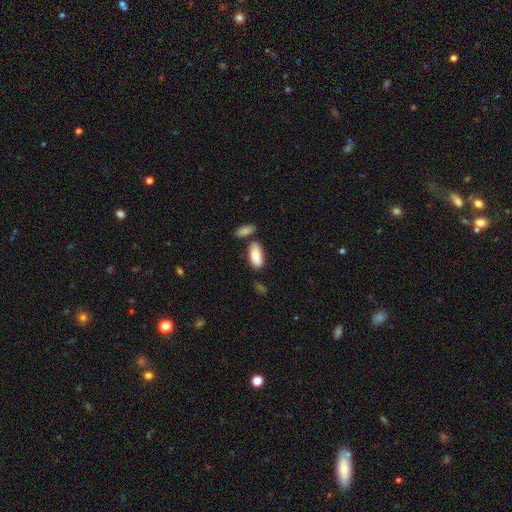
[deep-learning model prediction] Morphology: type=smooth (86%); roundness=in between (91%); merging=none (68%).